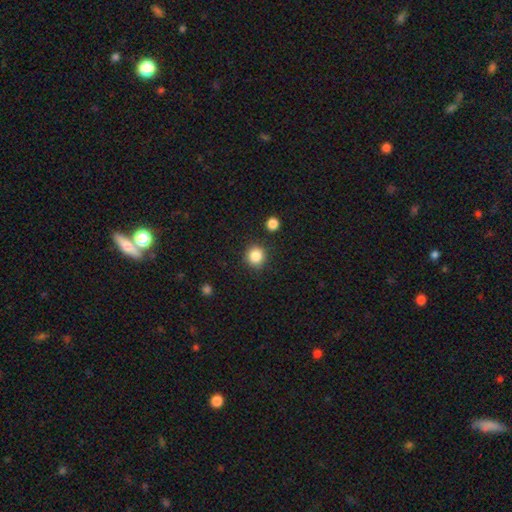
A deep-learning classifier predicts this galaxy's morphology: Q: Smooth or featured?
A: smooth (86%); runner-up: star or artifact (10%)
Q: How rounded?
A: round (90%); runner-up: in between (9%)
Q: Merging?
A: none (88%); runner-up: minor disturbance (7%)